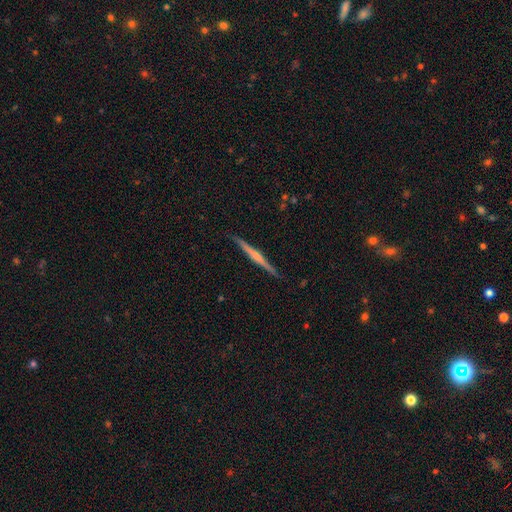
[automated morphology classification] Smooth or featured? Predicted: featured or disk (p=0.76). Edge-on disk? Predicted: yes (p=0.98). Edge-on bulge? Predicted: rounded (p=0.68). Merging? Predicted: none (p=0.91).